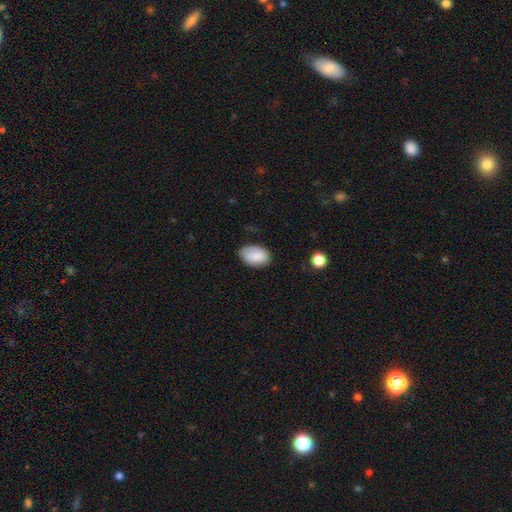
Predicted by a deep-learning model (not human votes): Smooth or featured: smooth — 87% (featured or disk — 7%)
How rounded: in between — 90% (round — 9%)
Merging: none — 75% (minor disturbance — 20%)